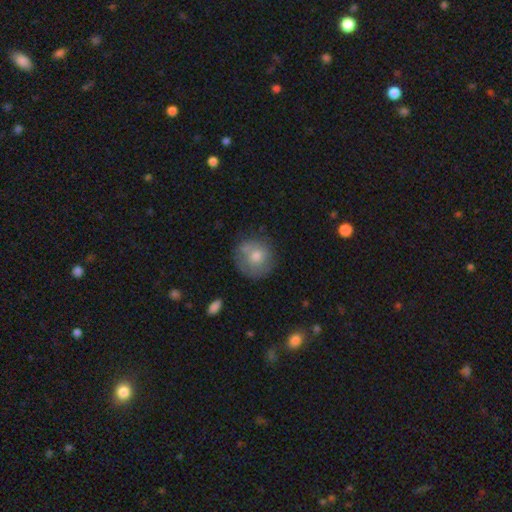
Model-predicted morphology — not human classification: This appears to be a smooth galaxy with no disk features (66%) that is round (87%). Merging: none (65%).